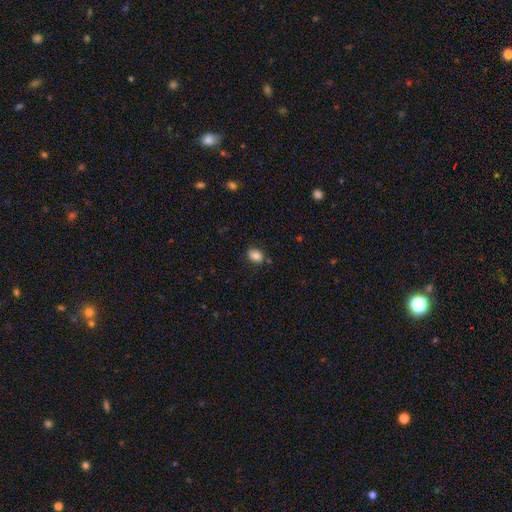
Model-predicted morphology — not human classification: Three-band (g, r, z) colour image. It shows a smooth galaxy with no disk features (83%) that is in between round and cigar-shaped (68%). Merging: none (79%).